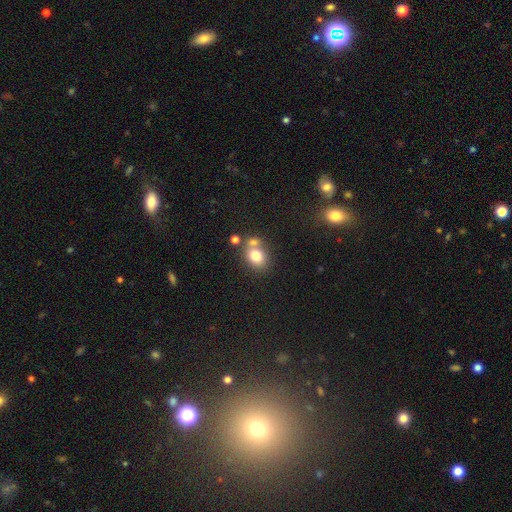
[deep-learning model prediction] smooth 77%, featured or disk 12%, star or artifact 11%. Down the decision tree: how rounded — round (52%); merging — none (52%).